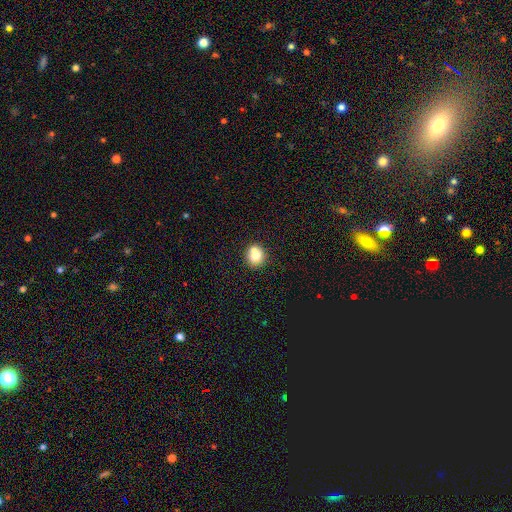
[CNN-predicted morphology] Smooth or featured: smooth — 74% (featured or disk — 15%)
How rounded: round — 83% (in between — 16%)
Merging: none — 57% (merger — 30%)